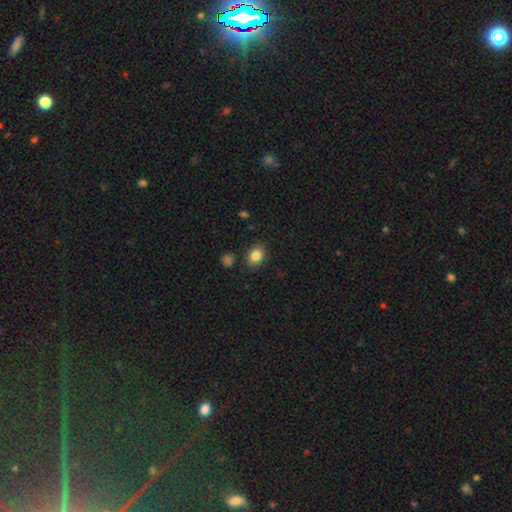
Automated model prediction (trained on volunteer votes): Smooth or featured: smooth — 85% (star or artifact — 9%)
How rounded: in between — 56% (round — 43%)
Merging: none — 85% (minor disturbance — 10%)